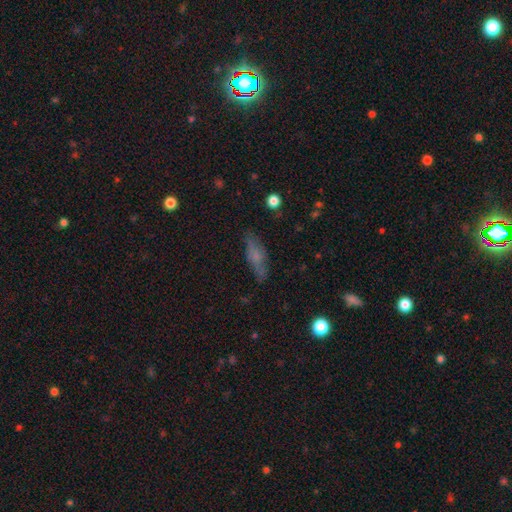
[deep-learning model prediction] This appears to be a smooth galaxy with no disk features (58%) that is cigar-shaped (49%). Merging: none (74%).